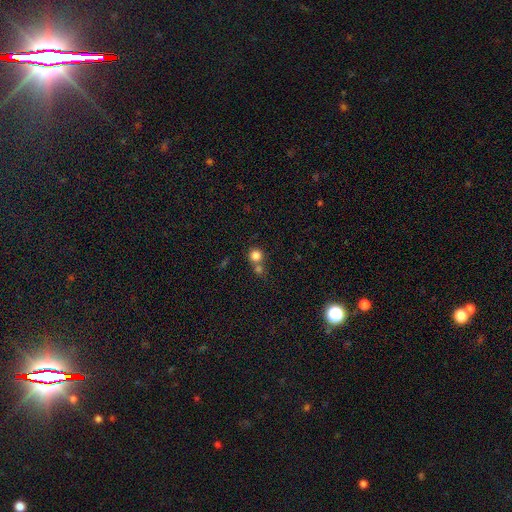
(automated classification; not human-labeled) Overall: smooth (81%). How rounded: round (92%). Merging: none (53%; merger 36%).